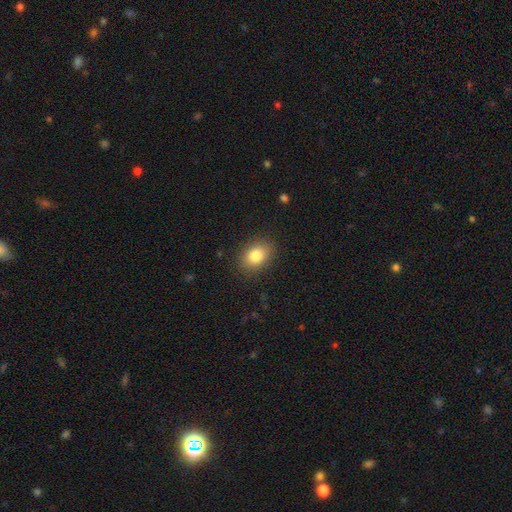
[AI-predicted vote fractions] Overall: smooth (83%). How rounded: in between (70%). Merging: none (87%).